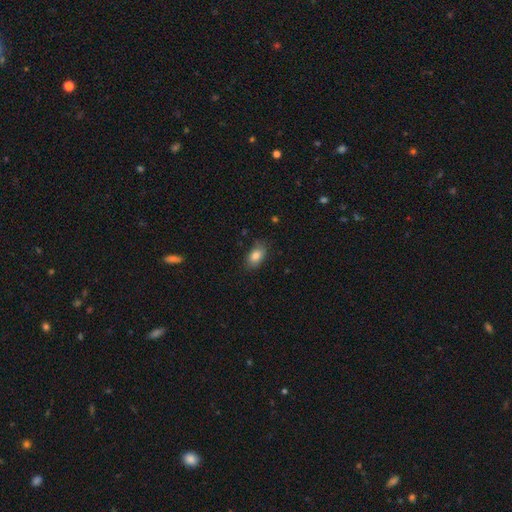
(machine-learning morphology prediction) This appears to be a smooth galaxy with no disk features (84%) that is in between round and cigar-shaped (87%). Merging: none (79%).